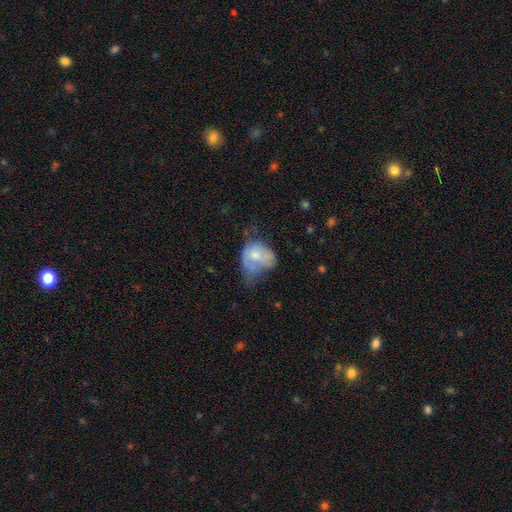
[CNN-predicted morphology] A smooth galaxy with no disk features (63%) that is in between round and cigar-shaped (62%).

Vote fractions:
- Smooth or featured? smooth: 63% / featured or disk: 29% / star or artifact: 8%
- How rounded? in between: 62% / round: 37% / cigar-shaped: 1%
- Merging? major disturbance: 41% / minor disturbance: 31% / none: 18% / merger: 11%